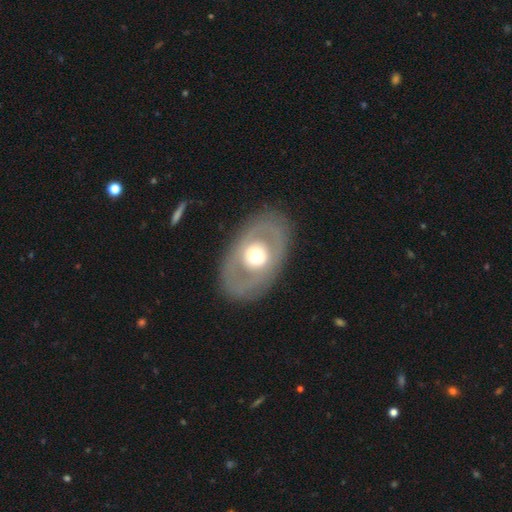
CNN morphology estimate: Smooth or featured? Predicted: featured or disk (p=0.56). Edge-on disk? Predicted: no (p=0.89). Merging? Predicted: none (p=0.82).